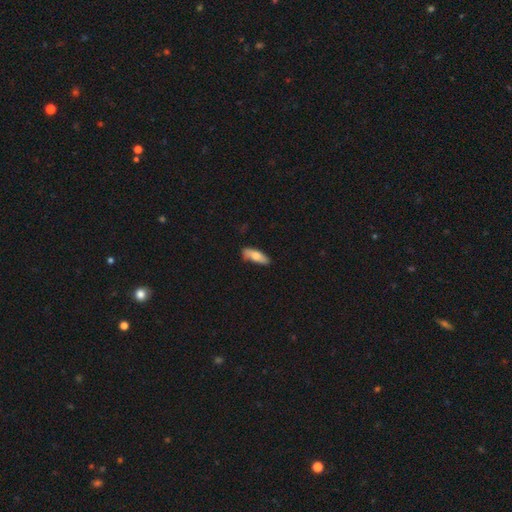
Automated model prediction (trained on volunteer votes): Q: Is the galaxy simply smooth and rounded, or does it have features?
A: smooth — 69%.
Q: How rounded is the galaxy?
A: in between — 59%.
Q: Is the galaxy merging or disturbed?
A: none — 74%.